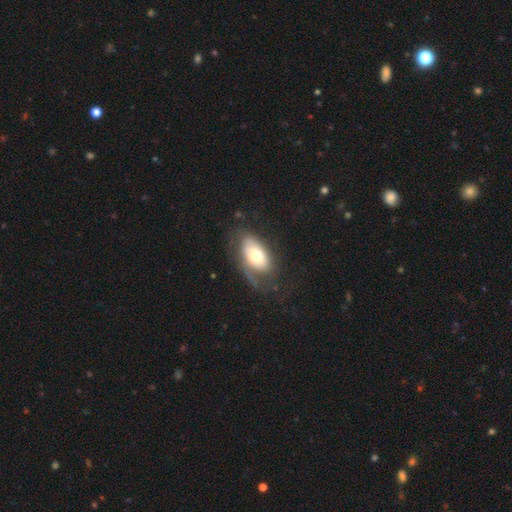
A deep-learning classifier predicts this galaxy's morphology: Smooth or featured?
  - featured or disk: 48% *
  - smooth: 45%
  - star or artifact: 6%
Merging?
  - none: 50% *
  - minor disturbance: 26%
  - major disturbance: 22%
  - merger: 2%